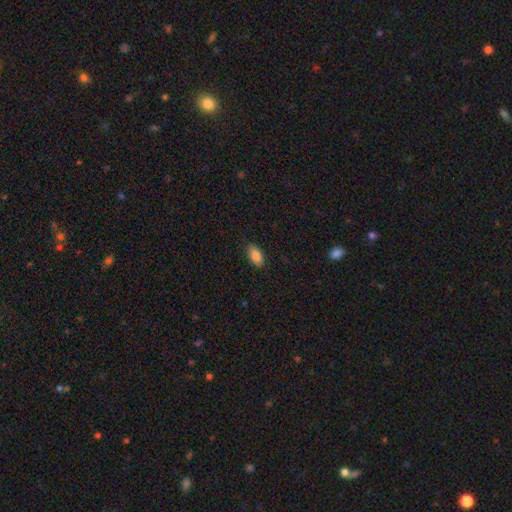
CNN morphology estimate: smooth_or_featured: smooth (p=0.87) [alt: star or artifact p=0.07]
how_rounded: in between (p=0.91) [alt: cigar-shaped p=0.06]
merging: none (p=0.85) [alt: minor disturbance p=0.11]